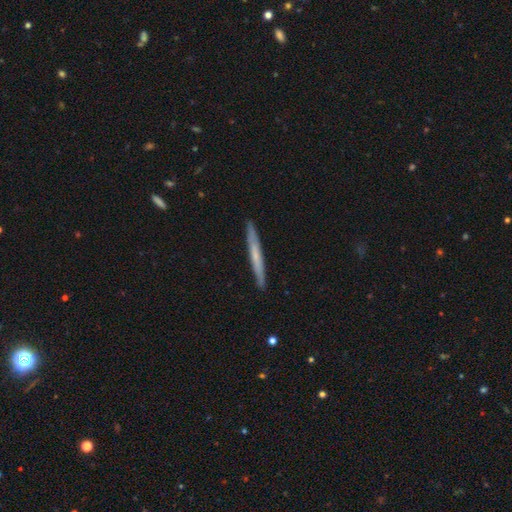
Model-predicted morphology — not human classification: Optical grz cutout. It shows a smooth galaxy with no disk features (48%). Merging: none (91%).